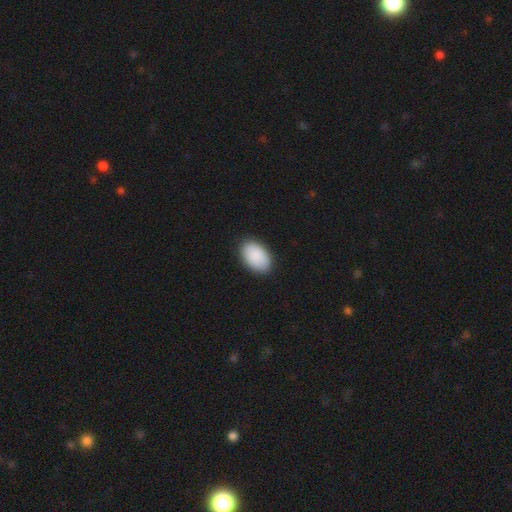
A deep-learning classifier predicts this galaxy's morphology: smooth 91%, star or artifact 6%, featured or disk 4%. Down the decision tree: how rounded — in between (92%); merging — none (89%).